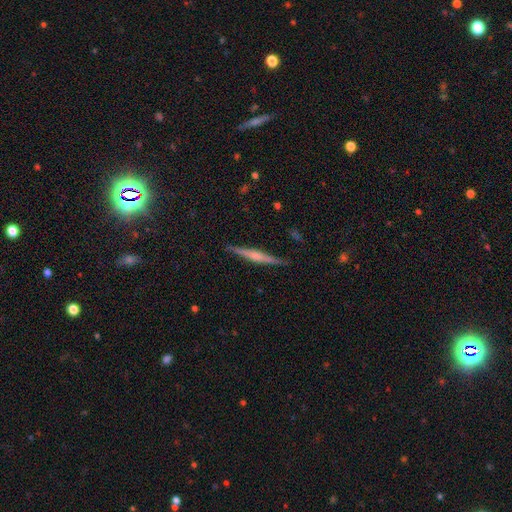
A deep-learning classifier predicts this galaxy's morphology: A featured or disk galaxy (70%) viewed edge-on (98%) with a rounded central bulge (63%).

Vote fractions:
- Smooth or featured? featured or disk: 70% / smooth: 24% / star or artifact: 6%
- Edge-on disk? yes: 98% / no: 2%
- Edge-on bulge? rounded: 63% / none: 19% / boxy: 18%
- Merging? none: 89% / minor disturbance: 8% / major disturbance: 2% / merger: 1%